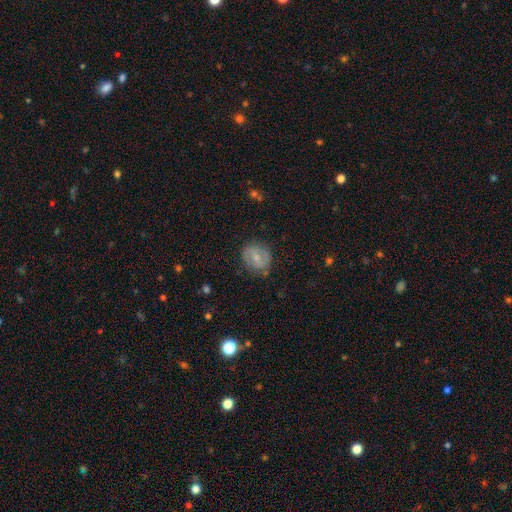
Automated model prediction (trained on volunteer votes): smooth 53%, featured or disk 39%, star or artifact 8%. Down the decision tree: how rounded — round (67%); merging — none (78%).